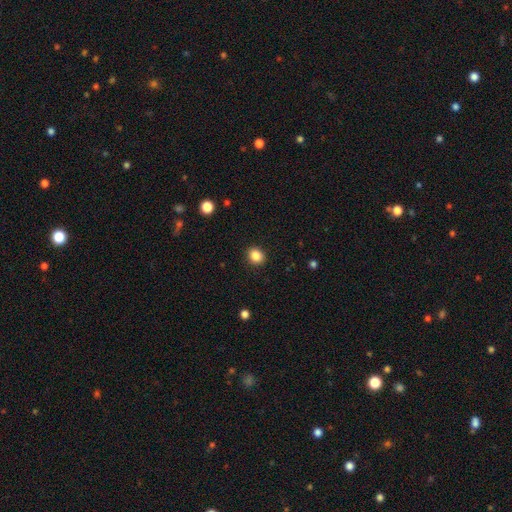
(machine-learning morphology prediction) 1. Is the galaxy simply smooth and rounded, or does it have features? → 86% smooth, 10% star or artifact, 4% featured or disk.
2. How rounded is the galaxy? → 68% round, 31% in between, 1% cigar-shaped.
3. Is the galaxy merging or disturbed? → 91% none, 6% minor disturbance, 2% major disturbance, 1% merger.